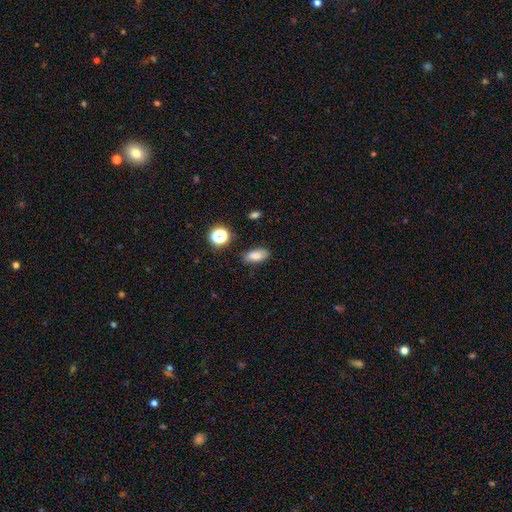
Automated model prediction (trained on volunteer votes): Smooth or featured? Predicted: smooth (p=0.81). How rounded? Predicted: in between (p=0.87). Merging? Predicted: none (p=0.82).